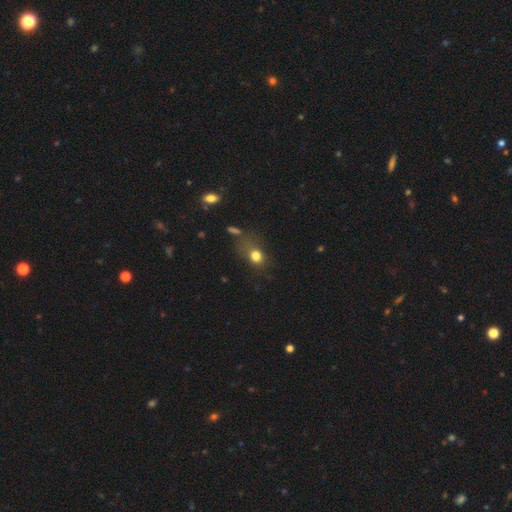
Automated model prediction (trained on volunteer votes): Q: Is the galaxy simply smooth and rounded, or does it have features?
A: smooth — 76%.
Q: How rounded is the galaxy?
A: round — 52%.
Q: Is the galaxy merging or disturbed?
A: none — 43%.